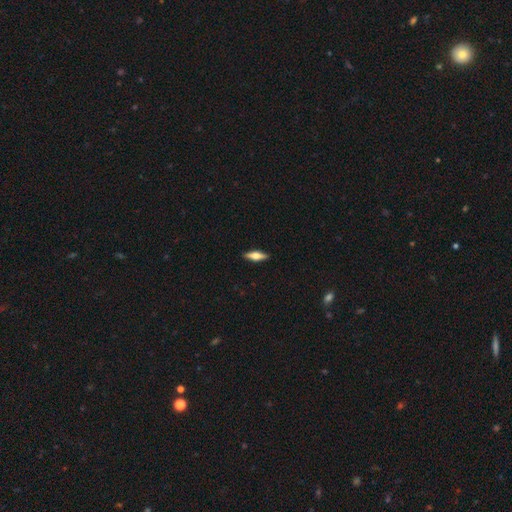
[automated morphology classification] featured or disk 50%, smooth 44%, star or artifact 6%. Down the decision tree: edge-on disk — yes (94%); merging — none (90%).